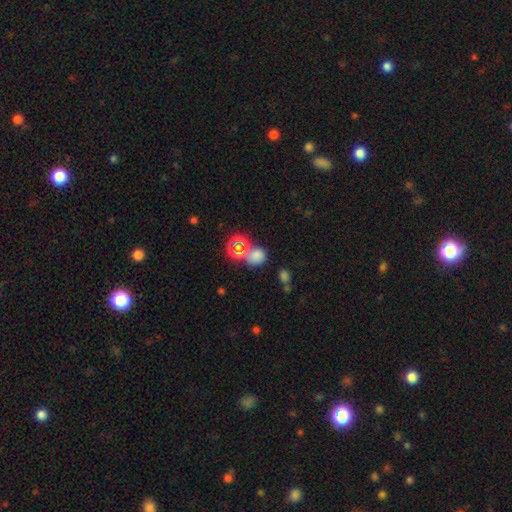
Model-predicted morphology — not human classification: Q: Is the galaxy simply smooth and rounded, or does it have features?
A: smooth — 64%.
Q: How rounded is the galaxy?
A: round — 68%.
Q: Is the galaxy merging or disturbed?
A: none — 57%.